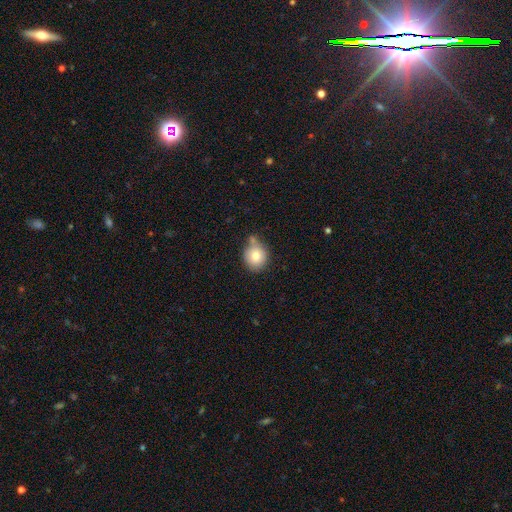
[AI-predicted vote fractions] Smooth or featured? smooth (78%)
How rounded? round (82%)
Merging? none (61%)